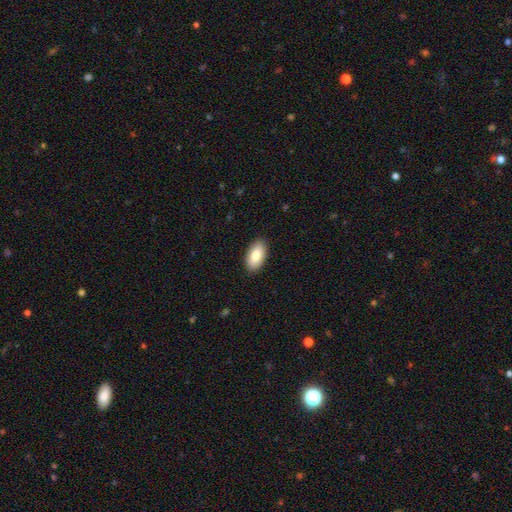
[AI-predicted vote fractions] Smooth or featured? Predicted: smooth (p=0.83). How rounded? Predicted: in between (p=0.95). Merging? Predicted: none (p=0.89).